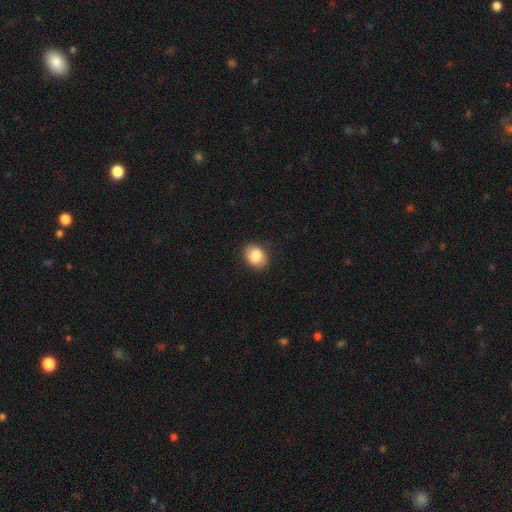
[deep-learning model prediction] smooth_or_featured: smooth (p=0.84) [alt: featured or disk p=0.08]
how_rounded: in between (p=0.60) [alt: round p=0.39]
merging: none (p=0.84) [alt: minor disturbance p=0.12]